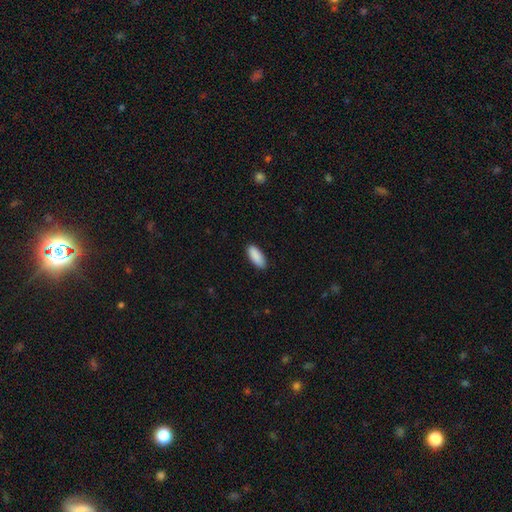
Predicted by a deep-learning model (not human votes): This is clearly a smooth galaxy (91%). How rounded: clearly in between (81%). Merging: clearly none (89%).